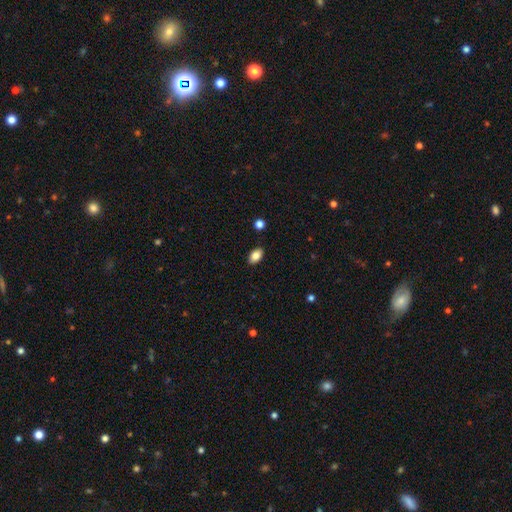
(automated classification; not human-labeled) This appears to be a smooth galaxy with no disk features (85%) that is in between round and cigar-shaped (90%). Merging: none (89%).